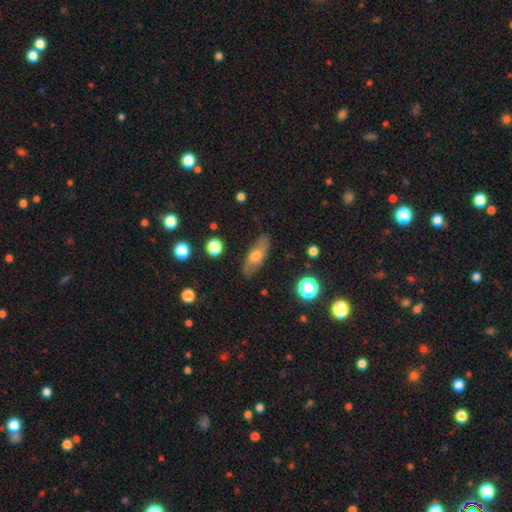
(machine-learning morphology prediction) type=smooth (56%); roundness=in between (66%); merging=none (80%).